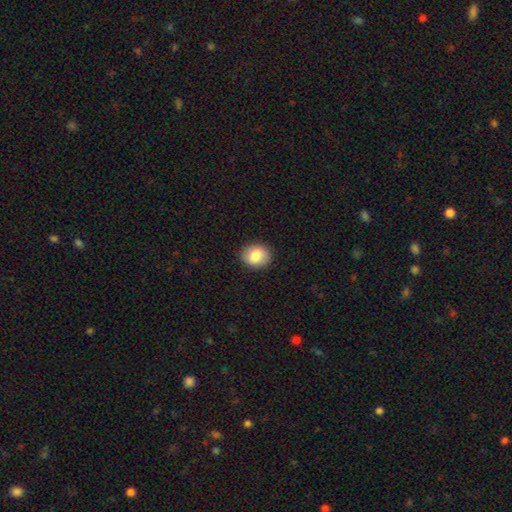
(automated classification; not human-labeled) Morphology: type=smooth (82%); roundness=round (59%); merging=none (89%).